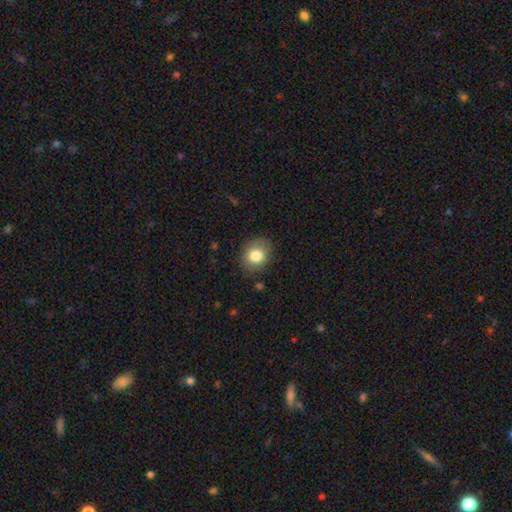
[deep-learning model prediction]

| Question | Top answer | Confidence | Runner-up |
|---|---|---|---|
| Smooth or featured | smooth | 80% | featured or disk (11%) |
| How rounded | round | 58% | in between (41%) |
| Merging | none | 82% | minor disturbance (13%) |